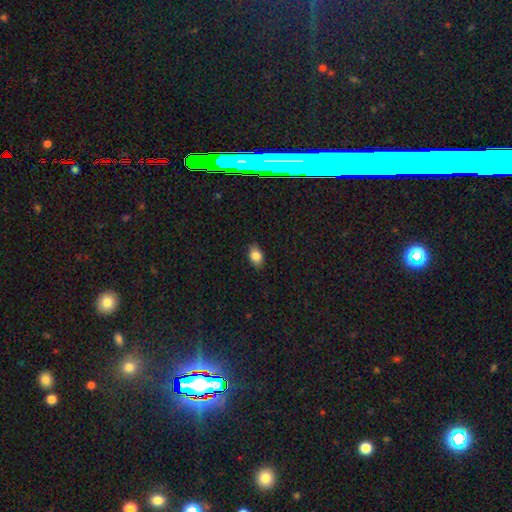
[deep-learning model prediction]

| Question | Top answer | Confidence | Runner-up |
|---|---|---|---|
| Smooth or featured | smooth | 84% | star or artifact (9%) |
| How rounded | in between | 83% | round (15%) |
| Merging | none | 85% | minor disturbance (12%) |